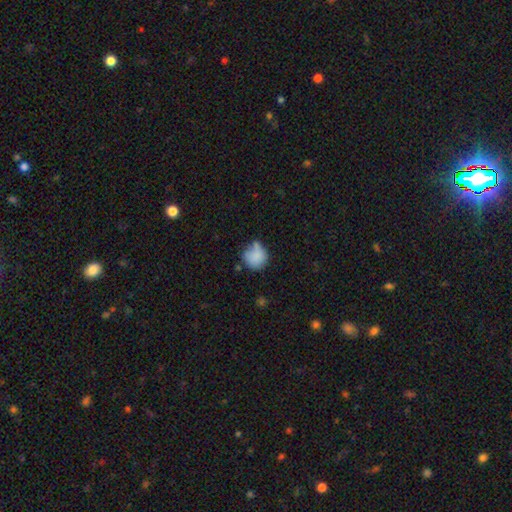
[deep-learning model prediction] Overall: smooth (82%). How rounded: round (86%). Merging: none (51%; minor disturbance 30%).